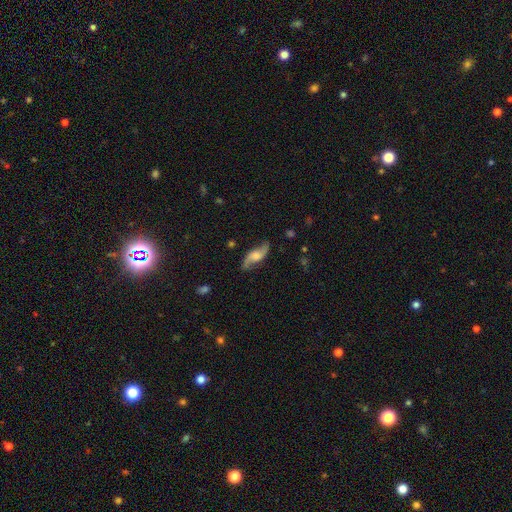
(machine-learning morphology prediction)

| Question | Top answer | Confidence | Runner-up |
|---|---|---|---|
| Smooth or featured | featured or disk | 75% | smooth (18%) |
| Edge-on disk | no | 89% | yes (11%) |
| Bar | no | 57% | weak (34%) |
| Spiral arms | yes | 94% | no (6%) |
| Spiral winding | loose | 74% | medium (21%) |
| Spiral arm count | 2 | 92% | can't tell (3%) |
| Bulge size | moderate | 38% | large (23%) |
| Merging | none | 77% | minor disturbance (15%) |